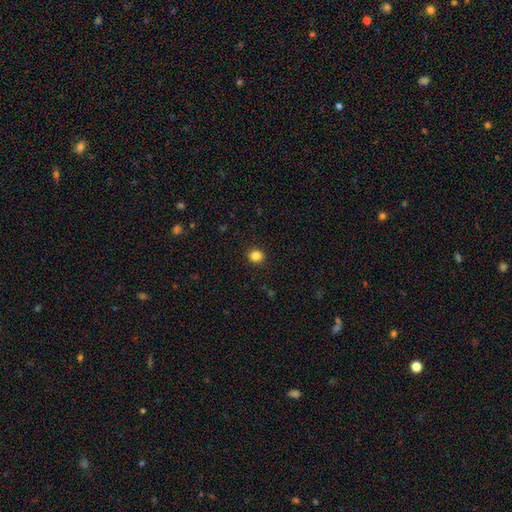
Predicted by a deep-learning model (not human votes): A smooth galaxy with no disk features (85%) that is round (82%).

Vote fractions:
- Smooth or featured? smooth: 85% / star or artifact: 11% / featured or disk: 4%
- How rounded? round: 82% / in between: 17% / cigar-shaped: 1%
- Merging? none: 92% / minor disturbance: 6% / major disturbance: 2% / merger: 1%